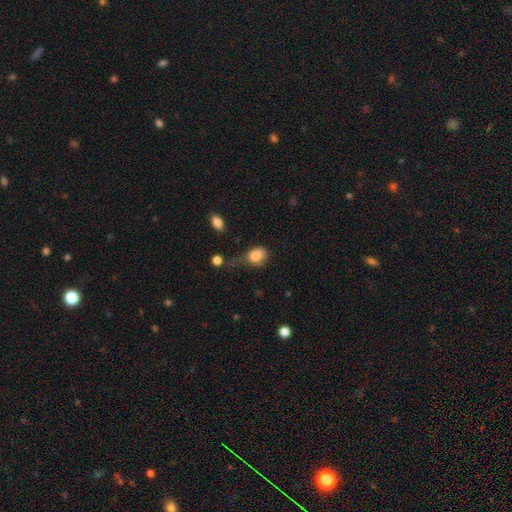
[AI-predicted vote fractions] smooth 83%, star or artifact 9%, featured or disk 9%. Down the decision tree: how rounded — in between (58%); merging — minor disturbance (36%).